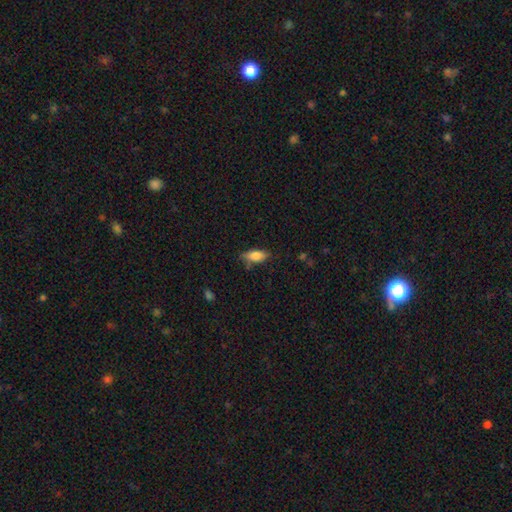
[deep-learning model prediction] smooth 81%, featured or disk 12%, star or artifact 7%. Down the decision tree: how rounded — in between (80%); merging — none (71%).